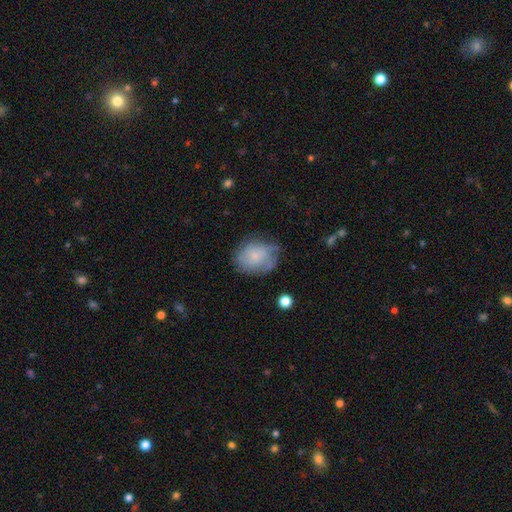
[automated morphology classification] Overall: smooth (57%; featured or disk 34%). How rounded: in between (50%; round 49%). Merging: none (56%; minor disturbance 29%).